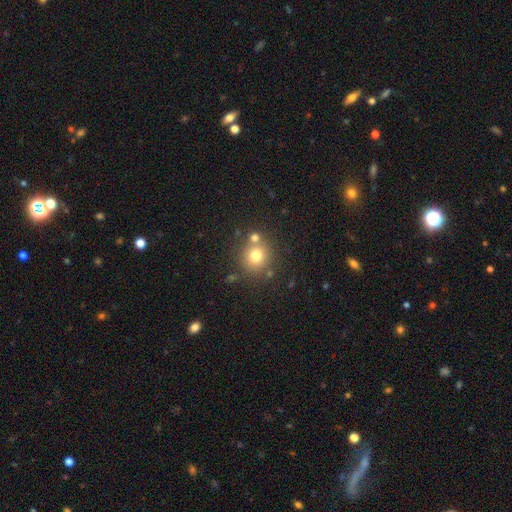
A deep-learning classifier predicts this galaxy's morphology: smooth-or-featured: smooth: 75% | star or artifact: 14% | featured or disk: 11%
  how-rounded: round: 89% | in between: 10% | cigar-shaped: 1%
  merging: none: 71% | merger: 16% | minor disturbance: 9% | major disturbance: 3%